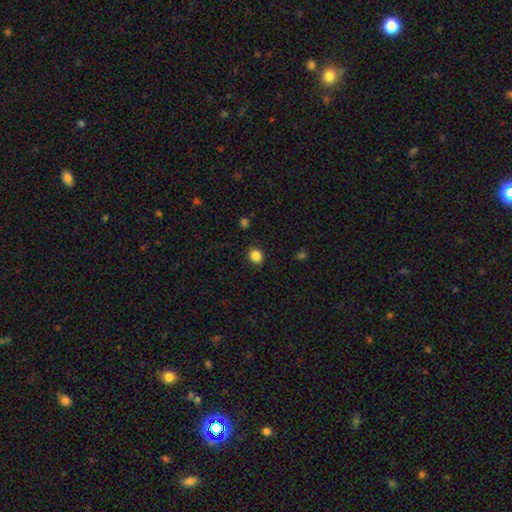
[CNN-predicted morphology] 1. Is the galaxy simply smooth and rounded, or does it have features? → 86% smooth, 11% star or artifact, 3% featured or disk.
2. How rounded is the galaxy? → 62% round, 37% in between, 1% cigar-shaped.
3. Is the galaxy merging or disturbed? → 87% none, 9% minor disturbance, 3% major disturbance, 1% merger.